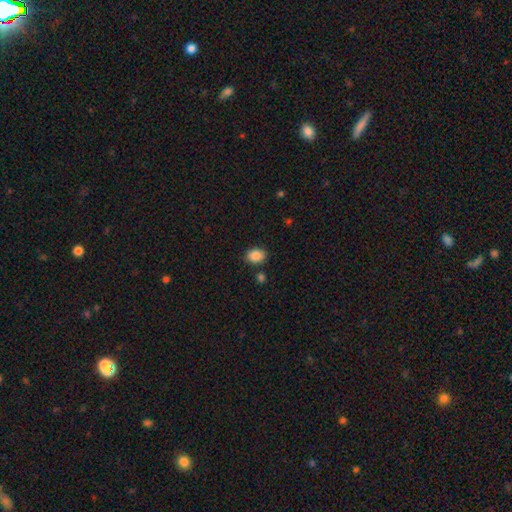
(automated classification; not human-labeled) Morphology: type=smooth (87%); roundness=in between (62%); merging=none (82%).